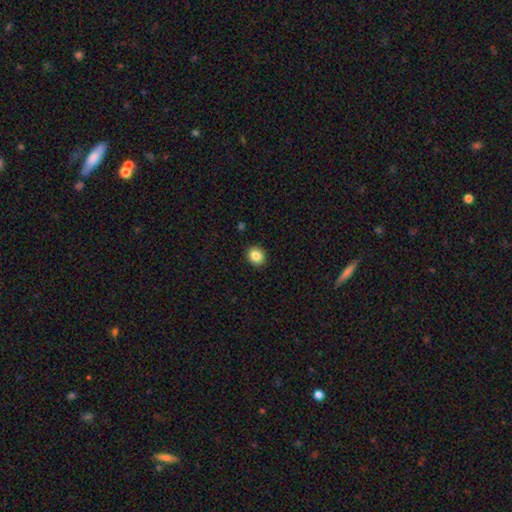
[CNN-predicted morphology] smooth_or_featured: smooth (p=0.85) [alt: star or artifact p=0.10]
how_rounded: round (p=0.69) [alt: in between p=0.30]
merging: none (p=0.91) [alt: minor disturbance p=0.06]